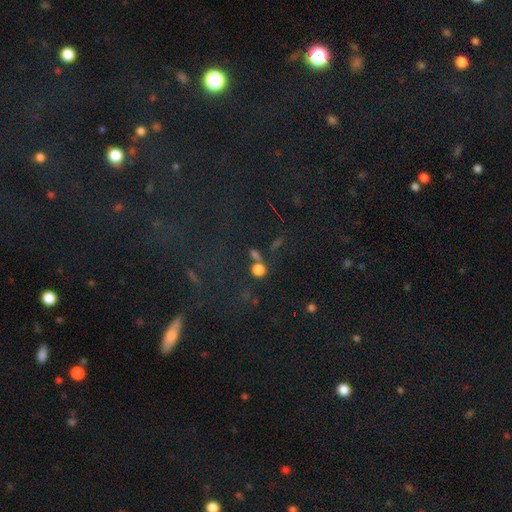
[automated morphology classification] Q: Smooth or featured?
A: smooth (51%); runner-up: star or artifact (38%)
Q: How rounded?
A: round (65%); runner-up: in between (28%)
Q: Merging?
A: none (65%); runner-up: merger (18%)